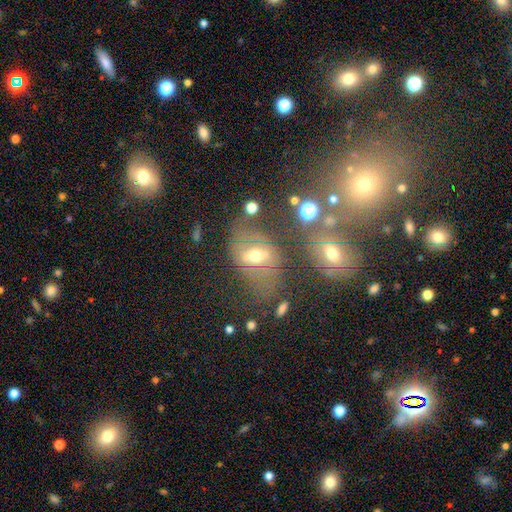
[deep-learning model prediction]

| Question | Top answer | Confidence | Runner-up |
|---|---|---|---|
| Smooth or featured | featured or disk | 52% | smooth (33%) |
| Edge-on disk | no | 91% | yes (9%) |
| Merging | none | 45% | minor disturbance (21%) |